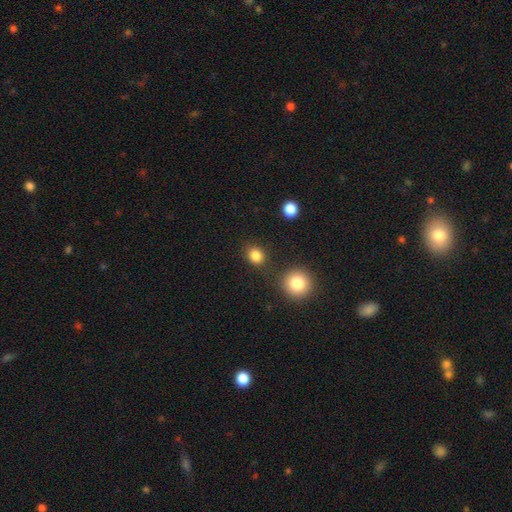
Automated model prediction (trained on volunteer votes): This appears to be a smooth galaxy with no disk features (84%) that is round (69%). Merging: none (81%).